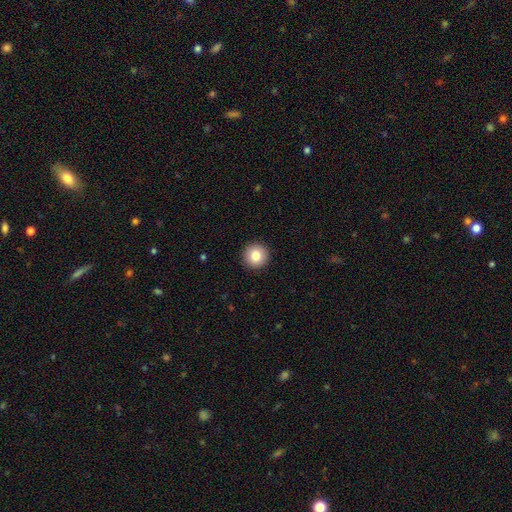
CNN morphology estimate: A smooth galaxy with no disk features (82%) that is round (96%). Merging: none (93%).